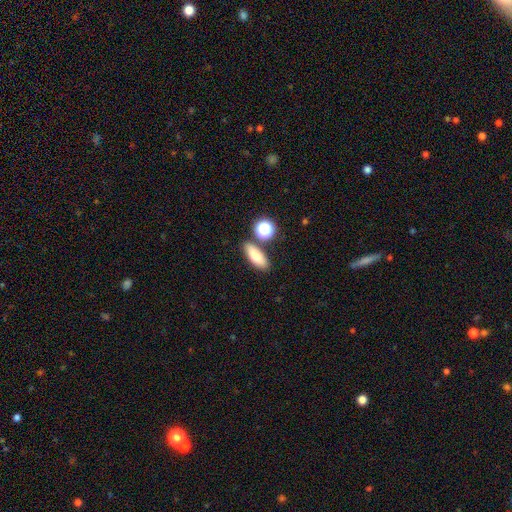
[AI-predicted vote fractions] Smooth or featured? smooth (80%)
How rounded? in between (68%)
Merging? none (77%)